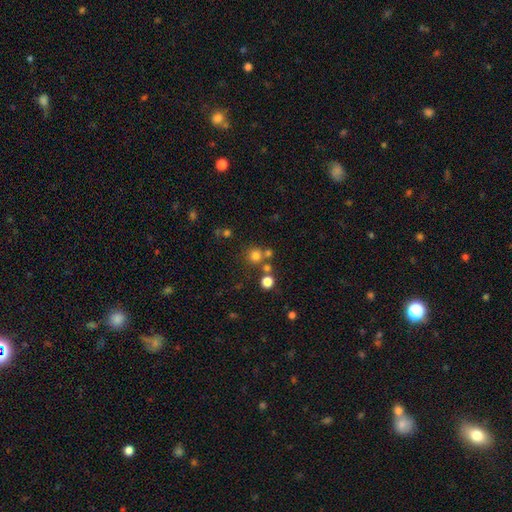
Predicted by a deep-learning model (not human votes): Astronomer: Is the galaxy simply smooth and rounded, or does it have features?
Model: smooth — 74%.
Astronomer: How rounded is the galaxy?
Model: round — 92%.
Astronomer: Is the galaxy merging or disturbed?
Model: none — 70%.